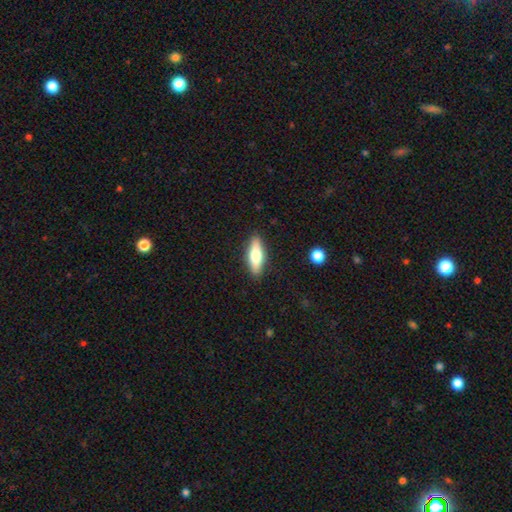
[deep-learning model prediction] Smooth or featured? smooth (63%)
How rounded? in between (53%)
Merging? none (88%)